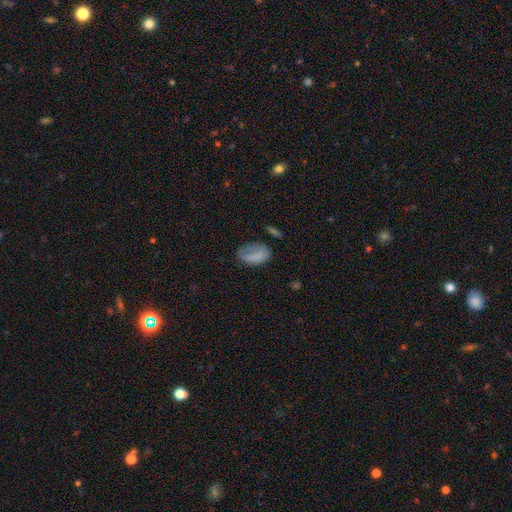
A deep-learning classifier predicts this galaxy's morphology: smooth 71%, featured or disk 19%, star or artifact 11%. Down the decision tree: how rounded — in between (88%); merging — none (39%).